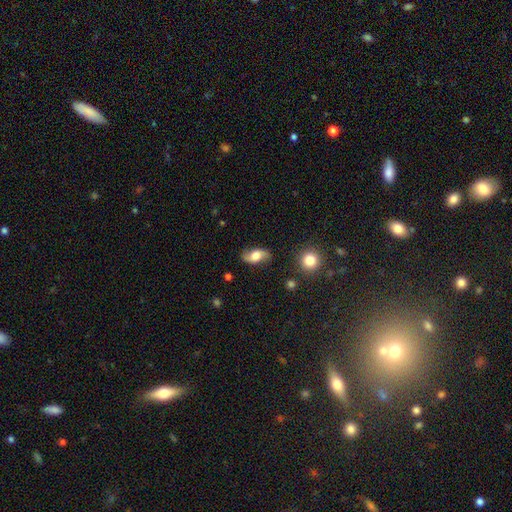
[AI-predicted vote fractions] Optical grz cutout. It shows a smooth galaxy with no disk features (46%, tied with featured or disk). Merging: none (78%).